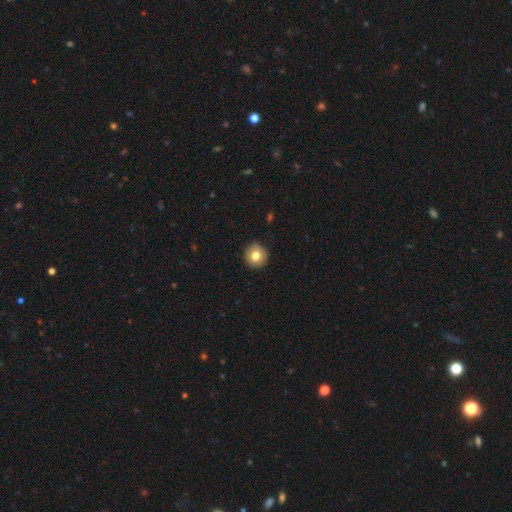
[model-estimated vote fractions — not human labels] Morphology: type=smooth (79%); roundness=round (94%); merging=none (90%).